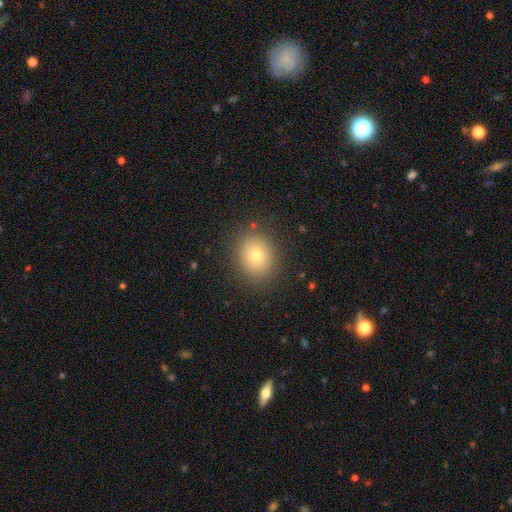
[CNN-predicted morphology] The model was most divided on "how rounded": round: 67%, in between: 32%, cigar-shaped: 1%. More confident: merging — none (88%); smooth or featured — smooth (75%).